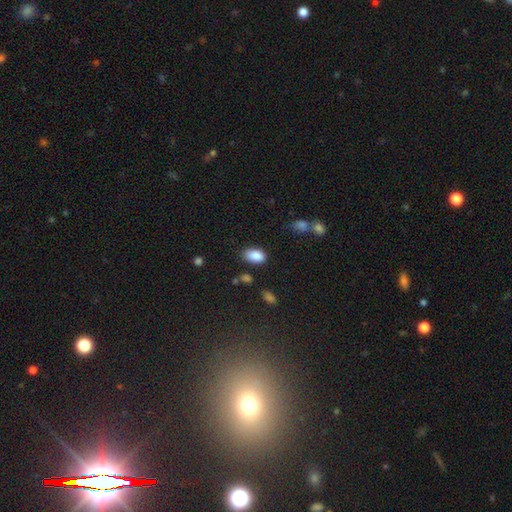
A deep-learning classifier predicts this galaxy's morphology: smooth_or_featured: smooth (p=0.87) [alt: star or artifact p=0.08]
how_rounded: in between (p=0.92) [alt: round p=0.06]
merging: none (p=0.77) [alt: minor disturbance p=0.16]